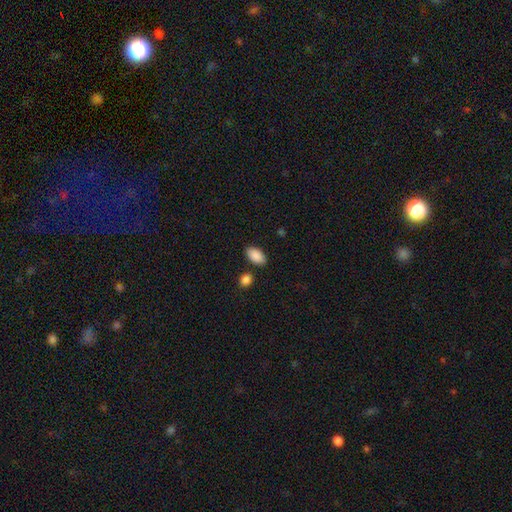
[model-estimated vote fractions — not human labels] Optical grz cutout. It shows a smooth galaxy with no disk features (90%) that is in between round and cigar-shaped (93%). Merging: none (83%).